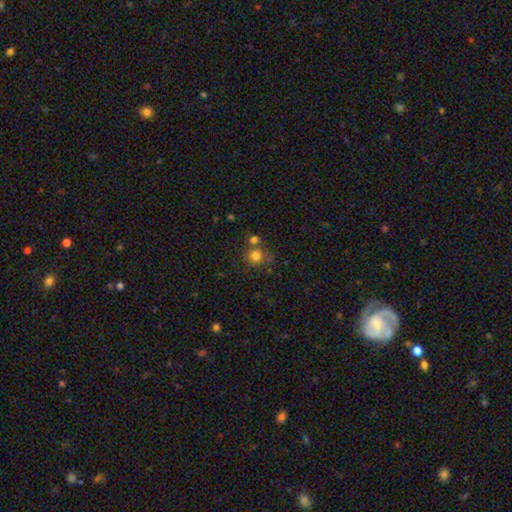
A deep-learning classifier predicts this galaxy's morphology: This appears to be a smooth galaxy with no disk features (78%) that is round (85%). Merging: none (60%).